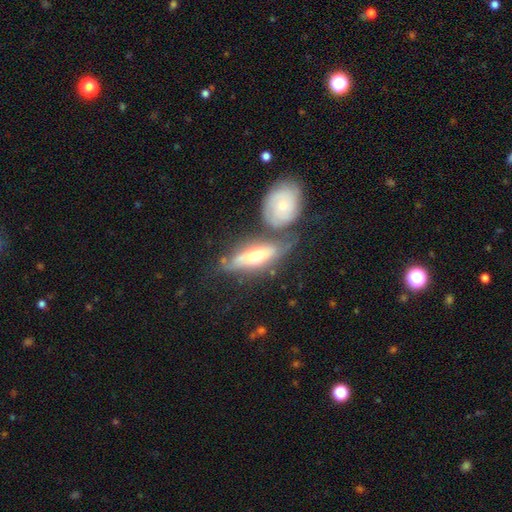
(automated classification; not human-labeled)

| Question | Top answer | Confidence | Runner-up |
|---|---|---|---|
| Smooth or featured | featured or disk | 58% | smooth (35%) |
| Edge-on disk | no | 52% | yes (48%) |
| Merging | none | 41% | merger (31%) |